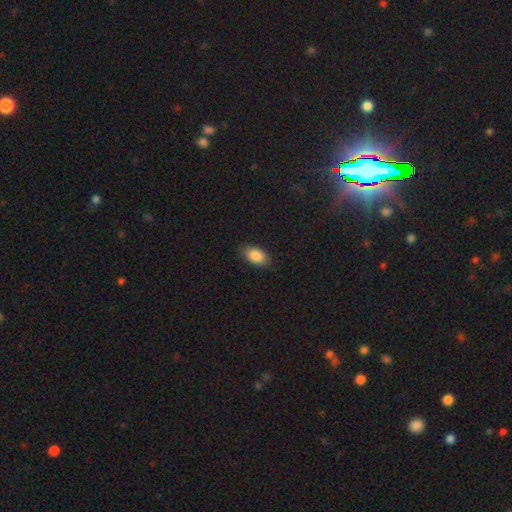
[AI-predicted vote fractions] Smooth or featured? smooth (87%)
How rounded? in between (92%)
Merging? none (83%)